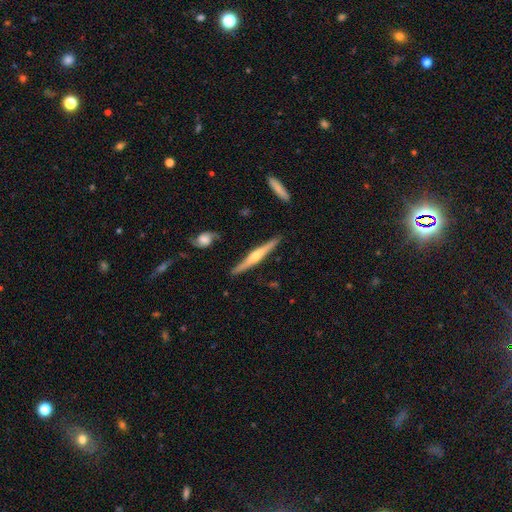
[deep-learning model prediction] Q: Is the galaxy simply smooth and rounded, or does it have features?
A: featured or disk — 72%.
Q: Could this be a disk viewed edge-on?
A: yes — 98%.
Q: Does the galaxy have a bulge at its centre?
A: rounded — 85%.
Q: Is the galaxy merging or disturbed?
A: none — 88%.